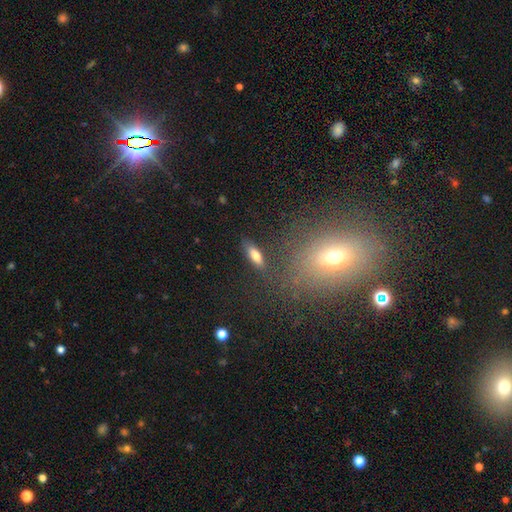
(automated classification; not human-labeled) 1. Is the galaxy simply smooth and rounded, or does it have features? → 79% smooth, 13% featured or disk, 8% star or artifact.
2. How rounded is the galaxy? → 62% in between, 34% cigar-shaped, 3% round.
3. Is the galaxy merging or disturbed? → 83% none, 10% minor disturbance, 3% major disturbance, 3% merger.